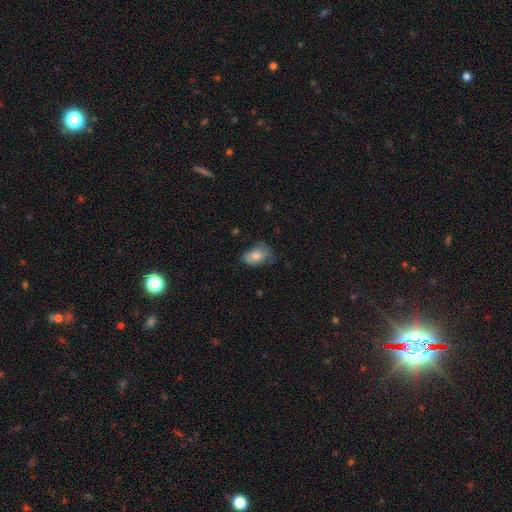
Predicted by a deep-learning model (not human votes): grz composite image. It shows a smooth galaxy with no disk features (78%) that is in between round and cigar-shaped (86%). Merging: none (51%).